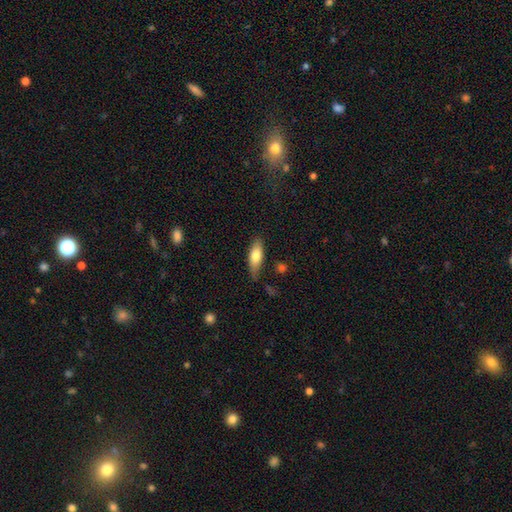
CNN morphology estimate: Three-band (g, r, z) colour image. It shows a smooth galaxy with no disk features (73%) that is in between round and cigar-shaped (61%). Merging: none (74%).